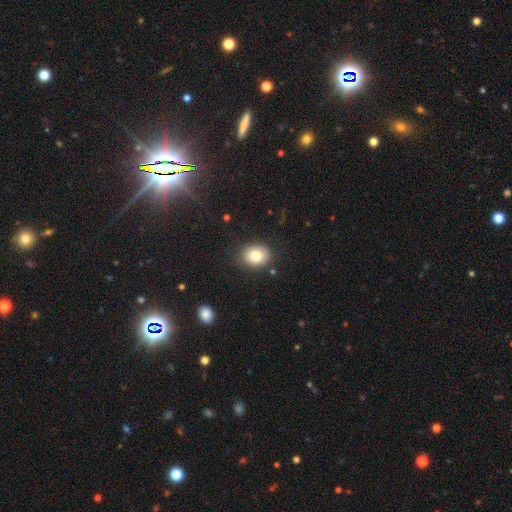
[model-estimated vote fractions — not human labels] This appears to be a smooth galaxy with no disk features (79%) that is round (58%). Merging: none (86%).